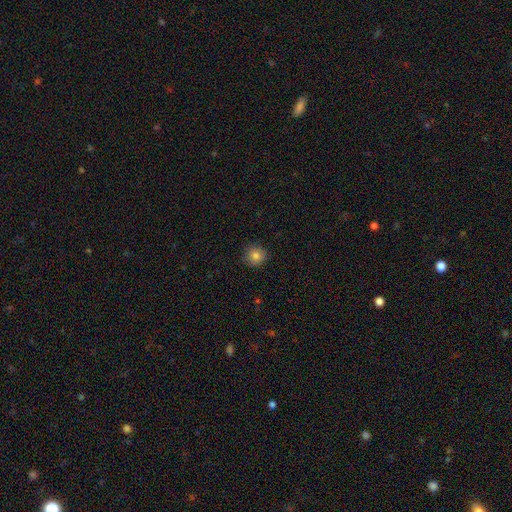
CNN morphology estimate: A smooth galaxy with no disk features (82%) that is round (93%).

Vote fractions:
- Smooth or featured? smooth: 82% / star or artifact: 11% / featured or disk: 7%
- How rounded? round: 93% / in between: 6% / cigar-shaped: 1%
- Merging? none: 90% / minor disturbance: 7% / major disturbance: 2% / merger: 1%